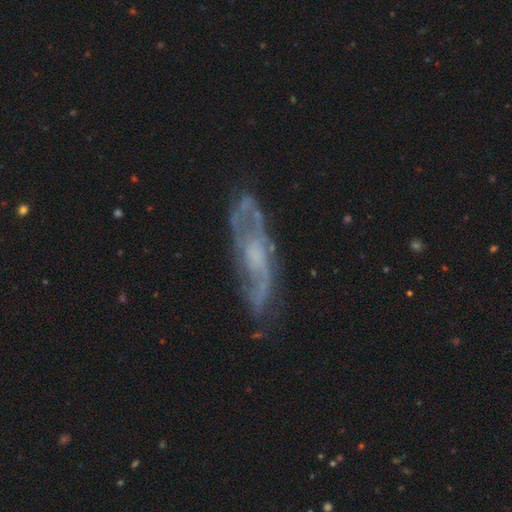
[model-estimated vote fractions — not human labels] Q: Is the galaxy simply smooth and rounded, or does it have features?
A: featured or disk — 78%.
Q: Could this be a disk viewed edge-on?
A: no — 76%.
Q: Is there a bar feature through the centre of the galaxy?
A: no — 59%.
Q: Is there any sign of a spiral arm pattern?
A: yes — 84%.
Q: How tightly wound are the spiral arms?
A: medium — 45%.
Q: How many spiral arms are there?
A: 2 — 56%.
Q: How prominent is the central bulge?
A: small — 35%.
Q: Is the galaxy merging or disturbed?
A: none — 70%.